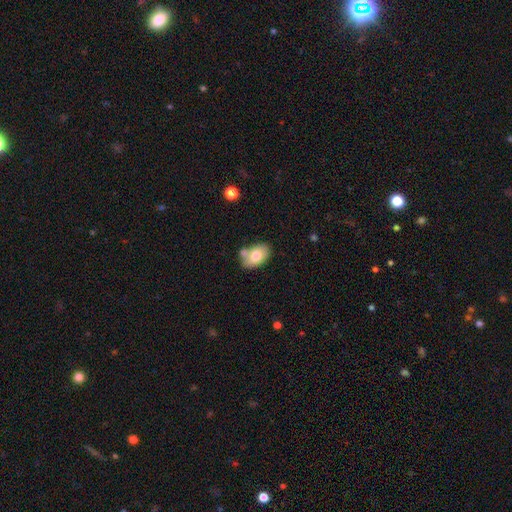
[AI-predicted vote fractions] Smooth or featured: smooth — 74% (featured or disk — 19%)
How rounded: in between — 88% (round — 10%)
Merging: none — 57% (merger — 20%)